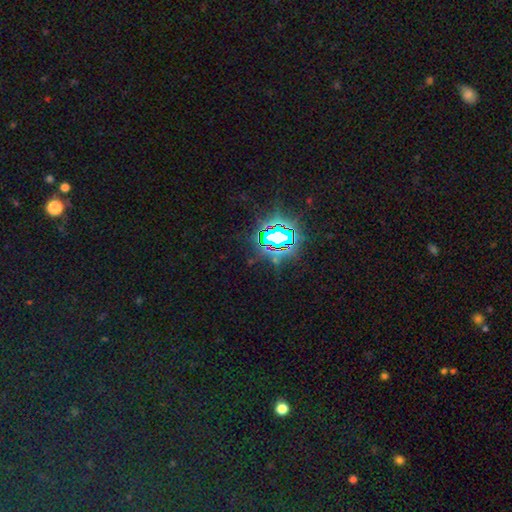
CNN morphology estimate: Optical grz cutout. It shows a star or artifact, not a galaxy (81%).